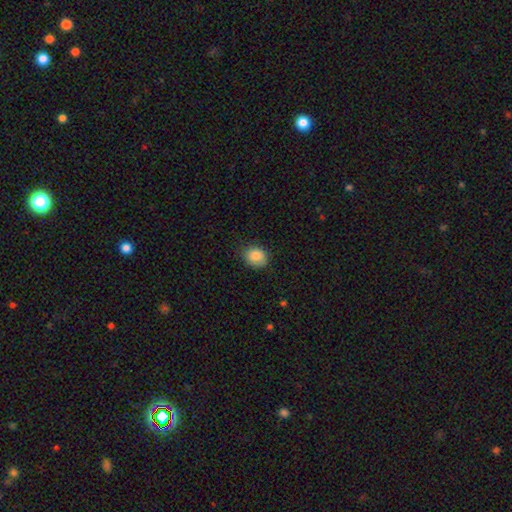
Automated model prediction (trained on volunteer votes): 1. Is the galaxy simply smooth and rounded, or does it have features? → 85% smooth, 9% star or artifact, 6% featured or disk.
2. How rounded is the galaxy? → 55% round, 44% in between, 1% cigar-shaped.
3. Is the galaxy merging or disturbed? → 79% none, 17% minor disturbance, 3% major disturbance, 1% merger.